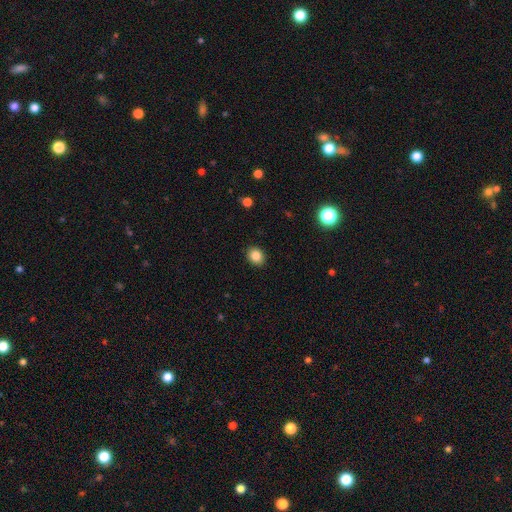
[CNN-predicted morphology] Q: Smooth or featured?
A: smooth (85%); runner-up: star or artifact (10%)
Q: How rounded?
A: round (60%); runner-up: in between (39%)
Q: Merging?
A: none (90%); runner-up: minor disturbance (7%)